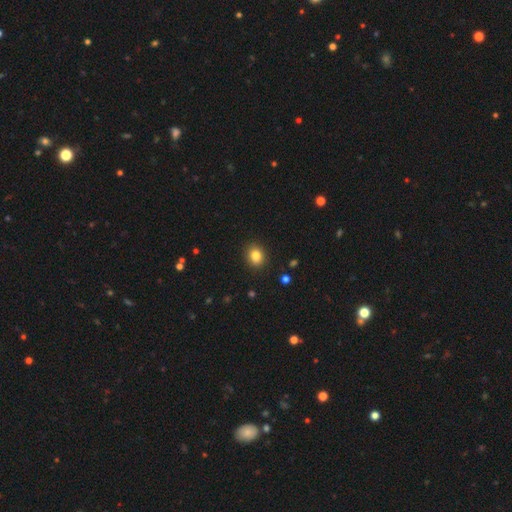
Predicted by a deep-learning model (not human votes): A smooth galaxy with no disk features (84%) that is round (62%).

Vote fractions:
- Smooth or featured? smooth: 84% / star or artifact: 10% / featured or disk: 6%
- How rounded? round: 62% / in between: 37% / cigar-shaped: 1%
- Merging? none: 90% / minor disturbance: 7% / major disturbance: 2% / merger: 1%